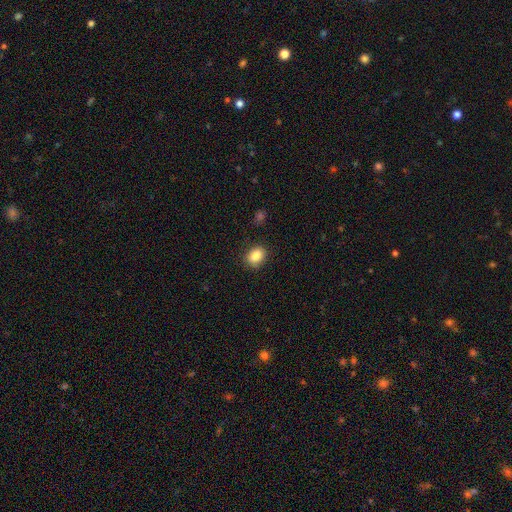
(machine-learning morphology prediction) smooth-or-featured: smooth: 86% | star or artifact: 9% | featured or disk: 5%
  how-rounded: in between: 61% | round: 38% | cigar-shaped: 1%
  merging: none: 86% | minor disturbance: 10% | major disturbance: 3% | merger: 1%